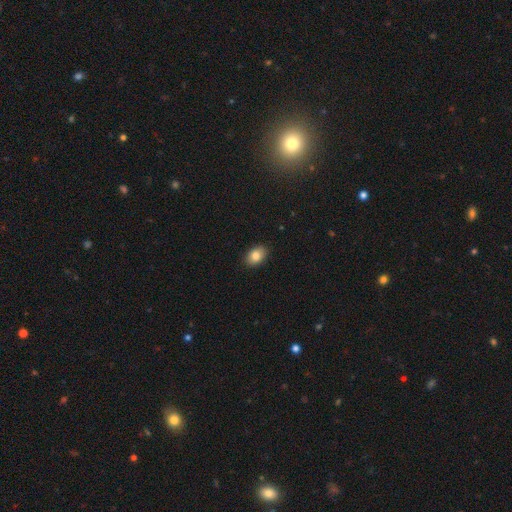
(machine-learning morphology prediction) This is clearly a smooth galaxy (84%). How rounded: clearly in between (81%). Merging: clearly none (90%).